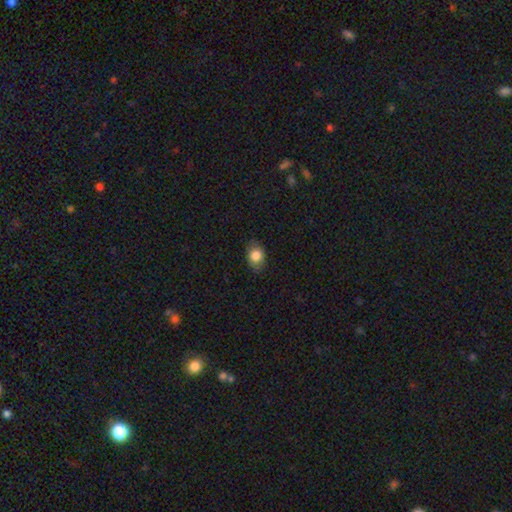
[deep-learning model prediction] Smooth or featured? Predicted: smooth (p=0.80). How rounded? Predicted: in between (p=0.75). Merging? Predicted: none (p=0.83).